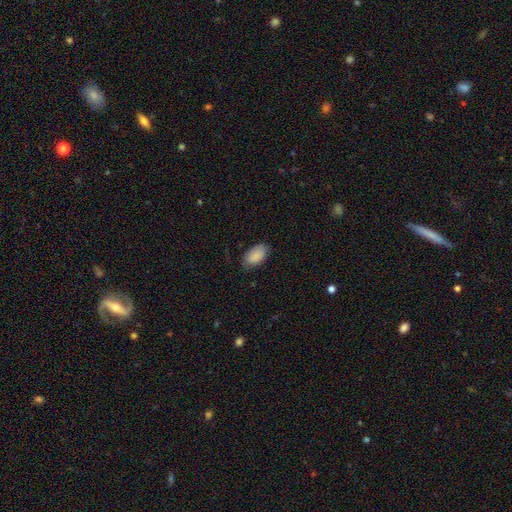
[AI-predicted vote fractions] smooth_or_featured: smooth (p=0.88) [alt: star or artifact p=0.06]
how_rounded: in between (p=0.95) [alt: round p=0.04]
merging: none (p=0.77) [alt: minor disturbance p=0.18]